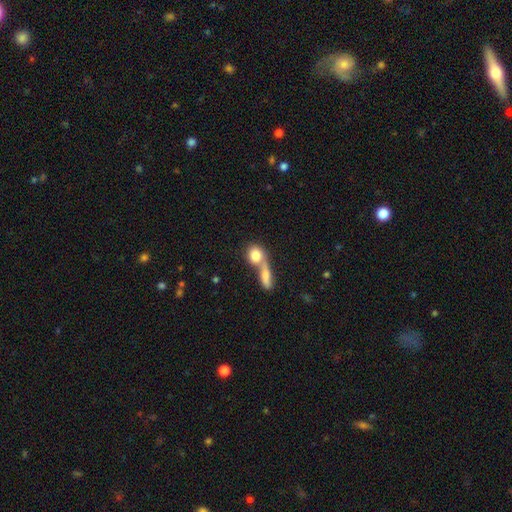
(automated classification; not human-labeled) Morphology: type=smooth (80%); roundness=round (55%); merging=merger (65%).